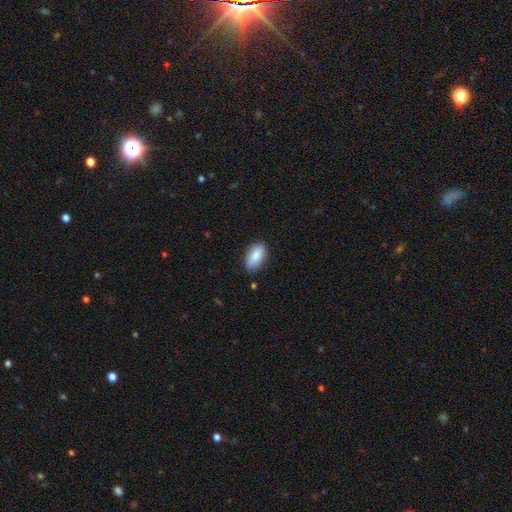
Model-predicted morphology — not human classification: smooth 84%, featured or disk 10%, star or artifact 6%. Down the decision tree: how rounded — in between (91%); merging — none (83%).